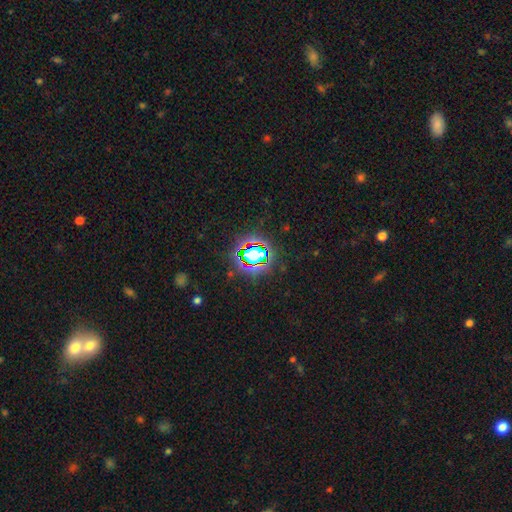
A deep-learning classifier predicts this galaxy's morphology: Smooth or featured? Predicted: star or artifact (p=0.70).